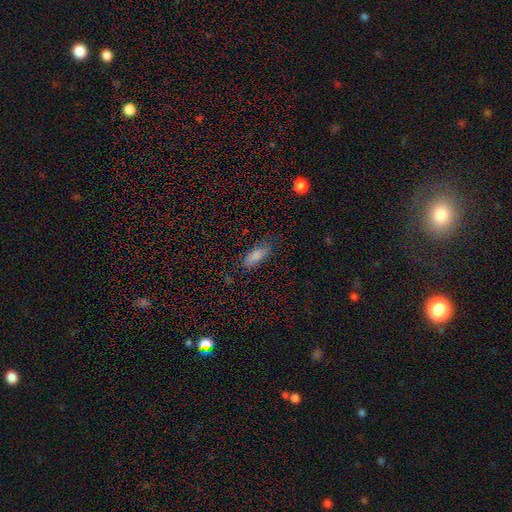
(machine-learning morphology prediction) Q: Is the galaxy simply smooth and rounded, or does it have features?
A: smooth — 81%.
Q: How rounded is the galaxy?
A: in between — 76%.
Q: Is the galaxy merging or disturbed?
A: none — 76%.